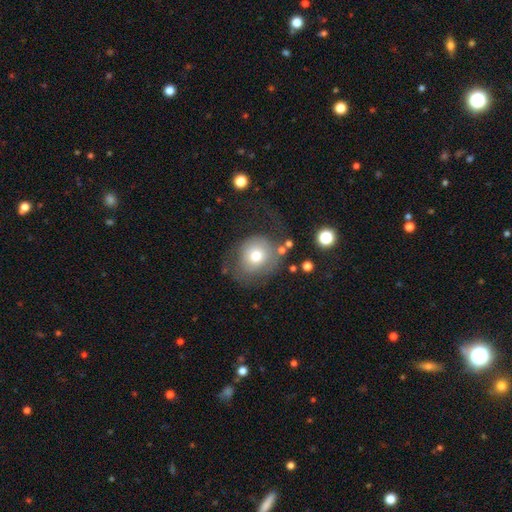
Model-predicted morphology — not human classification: A smooth galaxy with no disk features (59%) that is round (78%). Merging: none (44%).